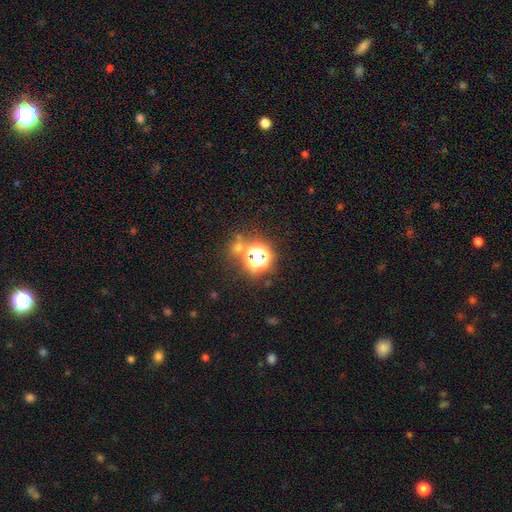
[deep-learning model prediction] This appears to be a star or artifact, not a galaxy (51%).